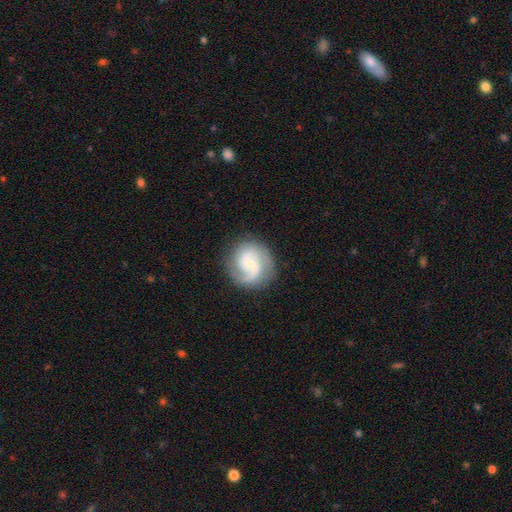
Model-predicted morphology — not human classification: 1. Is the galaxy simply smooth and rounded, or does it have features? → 81% featured or disk, 14% smooth, 5% star or artifact.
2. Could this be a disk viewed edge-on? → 98% no, 2% yes.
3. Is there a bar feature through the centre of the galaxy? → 53% weak, 32% no, 15% strong.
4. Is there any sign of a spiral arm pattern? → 96% yes, 4% no.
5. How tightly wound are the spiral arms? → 49% medium, 34% tight, 18% loose.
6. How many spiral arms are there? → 74% 2, 11% 1, 8% can't tell, 5% 3, 2% 4, 2% more than 4.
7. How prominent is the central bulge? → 69% small, 22% moderate, 7% none, 2% large, 1% dominant.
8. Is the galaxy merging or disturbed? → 80% none, 13% minor disturbance, 6% major disturbance, 1% merger.